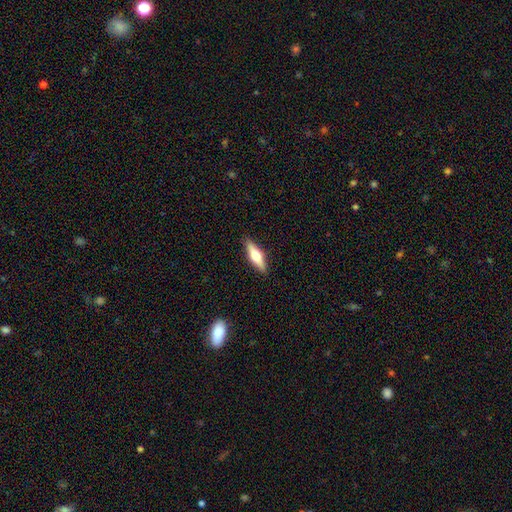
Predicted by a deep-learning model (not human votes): Smooth or featured? featured or disk (52%)
Edge-on disk? yes (94%)
Merging? none (89%)